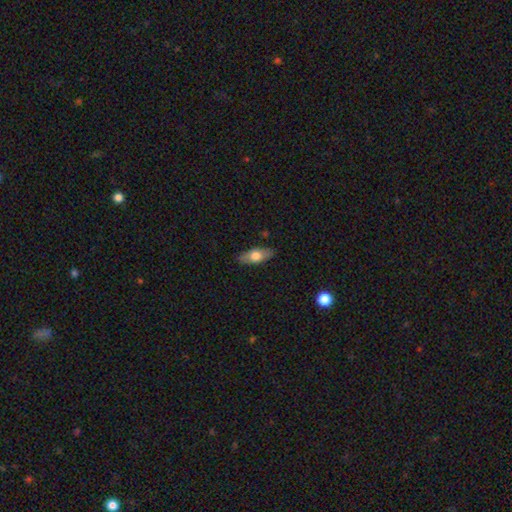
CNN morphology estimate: smooth 62%, featured or disk 32%, star or artifact 6%. Down the decision tree: how rounded — in between (73%); merging — none (86%).